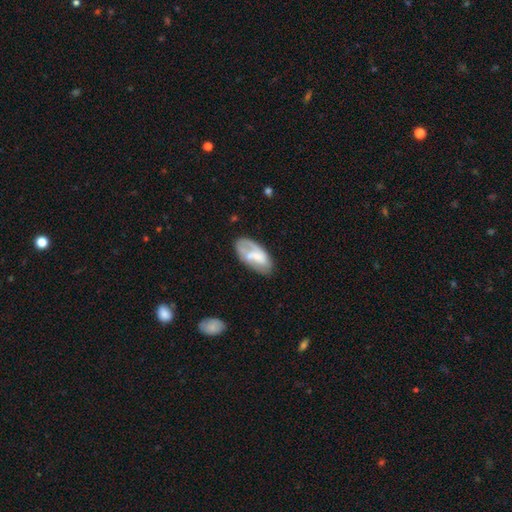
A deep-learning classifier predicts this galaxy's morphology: This is possibly a featured or disk galaxy (50%). Merging: possibly none (56%).